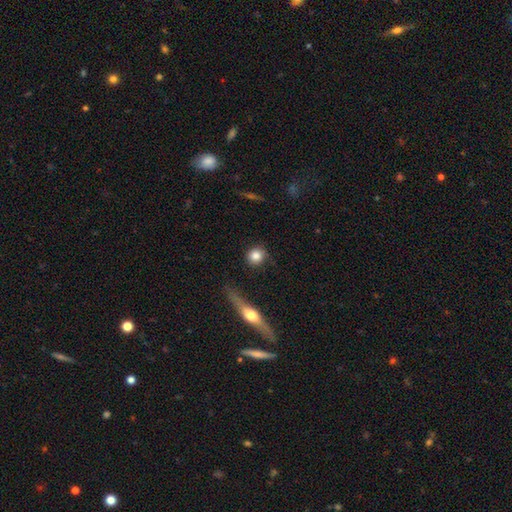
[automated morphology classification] A smooth galaxy with no disk features (83%) that is round (88%). Merging: none (83%).